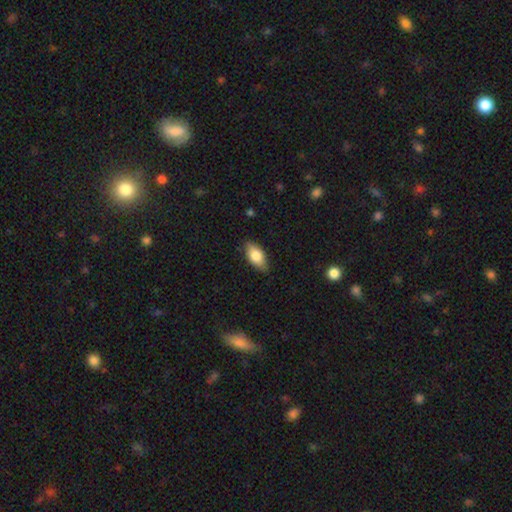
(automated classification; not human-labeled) A smooth galaxy with no disk features (77%) that is in between round and cigar-shaped (89%). Merging: none (83%).